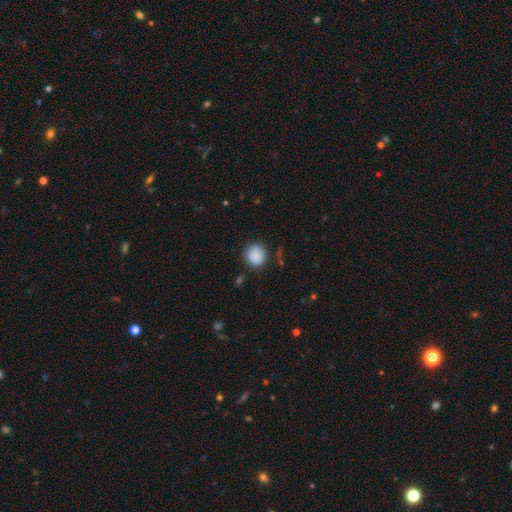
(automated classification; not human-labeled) Smooth or featured?
  - smooth: 89% *
  - star or artifact: 8%
  - featured or disk: 3%
How rounded?
  - round: 90% *
  - in between: 9%
  - cigar-shaped: 1%
Merging?
  - none: 86% *
  - minor disturbance: 10%
  - major disturbance: 3%
  - merger: 2%